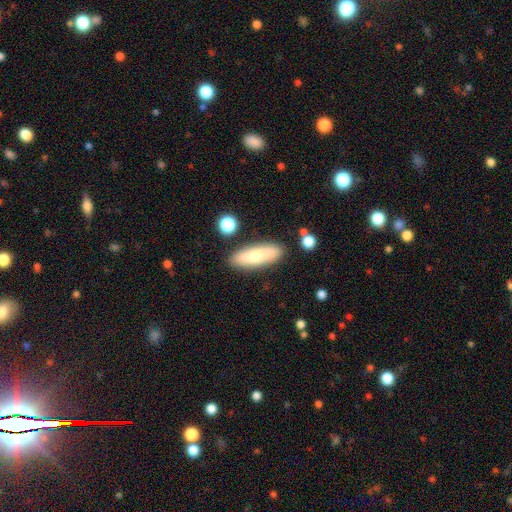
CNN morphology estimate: A smooth galaxy with no disk features (69%) that is cigar-shaped (49%). Merging: none (82%).